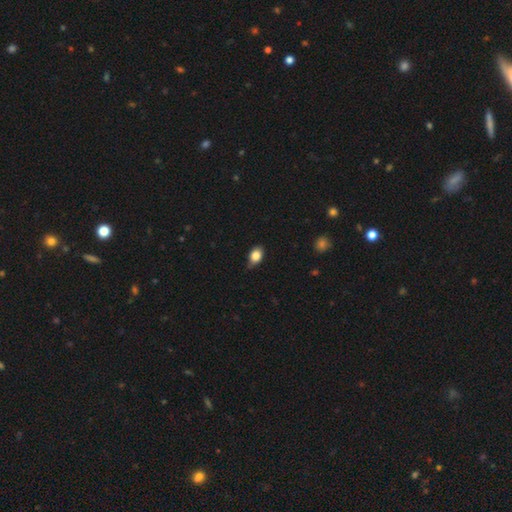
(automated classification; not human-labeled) The model was most divided on "merging": none: 68%, minor disturbance: 27%, major disturbance: 4%, merger: 1%. More confident: smooth or featured — smooth (83%); how rounded — in between (78%).